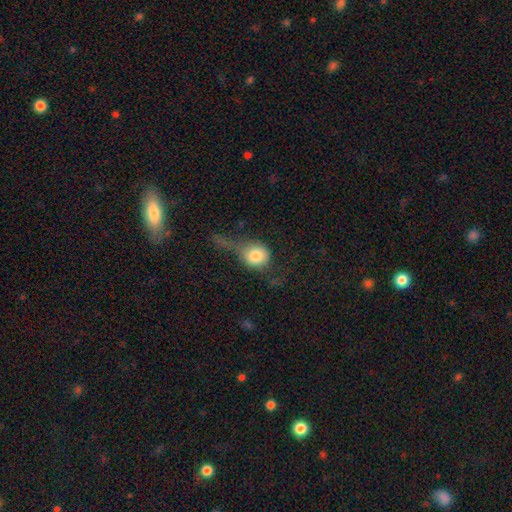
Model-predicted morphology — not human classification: Smooth or featured: smooth — 70% (featured or disk — 20%)
How rounded: round — 74% (in between — 23%)
Merging: major disturbance — 37% (none — 32%)